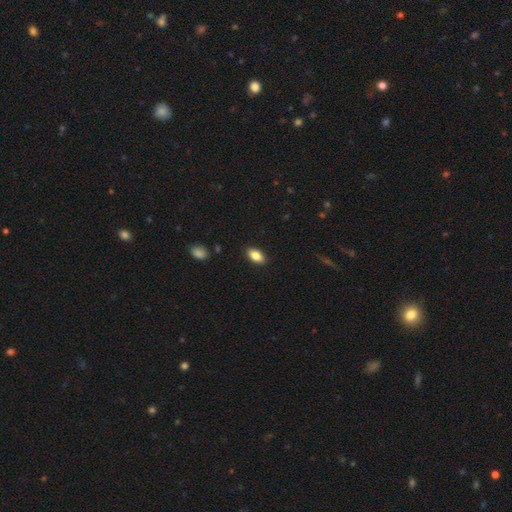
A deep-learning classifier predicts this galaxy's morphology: smooth-or-featured: smooth: 83% | featured or disk: 10% | star or artifact: 8%
  how-rounded: in between: 90% | round: 5% | cigar-shaped: 5%
  merging: none: 88% | minor disturbance: 9% | major disturbance: 2% | merger: 1%